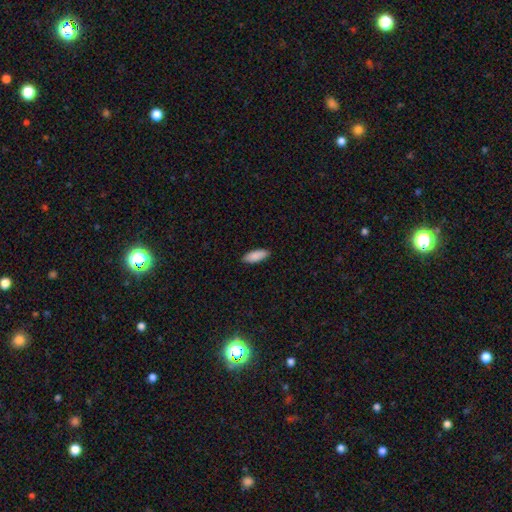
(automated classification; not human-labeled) A smooth galaxy with no disk features (90%) that is in between round and cigar-shaped (78%).

Vote fractions:
- Smooth or featured? smooth: 90% / star or artifact: 6% / featured or disk: 5%
- How rounded? in between: 78% / cigar-shaped: 20% / round: 2%
- Merging? none: 89% / minor disturbance: 8% / major disturbance: 2% / merger: 1%